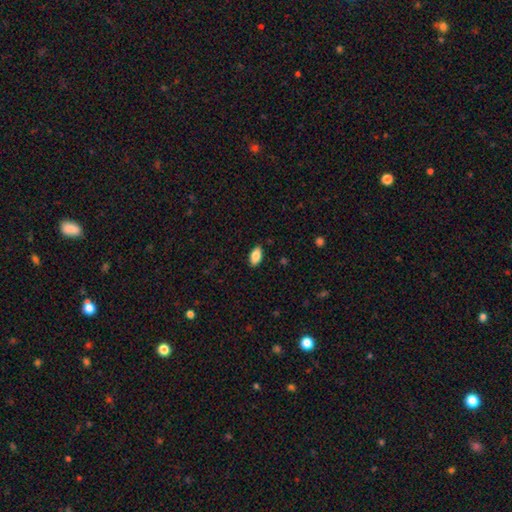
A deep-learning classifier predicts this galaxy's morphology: smooth-or-featured: smooth: 84% | featured or disk: 9% | star or artifact: 7%
  how-rounded: in between: 92% | cigar-shaped: 5% | round: 4%
  merging: none: 87% | minor disturbance: 10% | major disturbance: 2% | merger: 1%